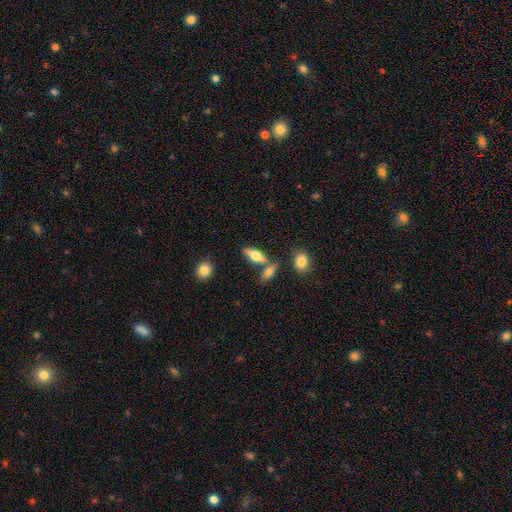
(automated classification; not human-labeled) smooth 61%, featured or disk 31%, star or artifact 7%. Down the decision tree: how rounded — in between (62%); merging — none (61%).